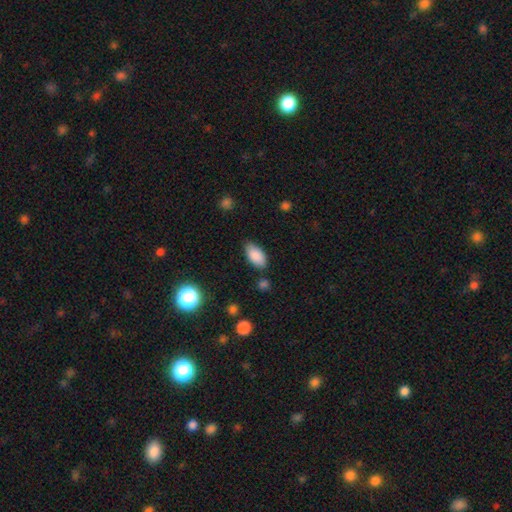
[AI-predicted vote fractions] A smooth galaxy with no disk features (87%) that is in between round and cigar-shaped (93%).

Vote fractions:
- Smooth or featured? smooth: 87% / star or artifact: 7% / featured or disk: 6%
- How rounded? in between: 93% / cigar-shaped: 4% / round: 3%
- Merging? none: 78% / minor disturbance: 16% / major disturbance: 3% / merger: 3%